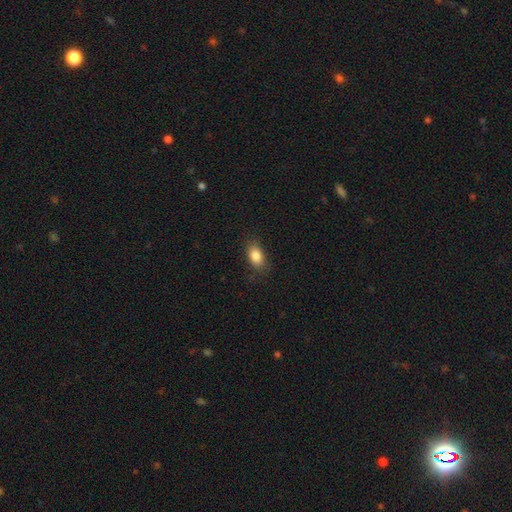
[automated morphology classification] The model was most divided on "merging": none: 81%, minor disturbance: 14%, major disturbance: 4%, merger: 1%. More confident: how rounded — in between (86%); smooth or featured — smooth (85%).